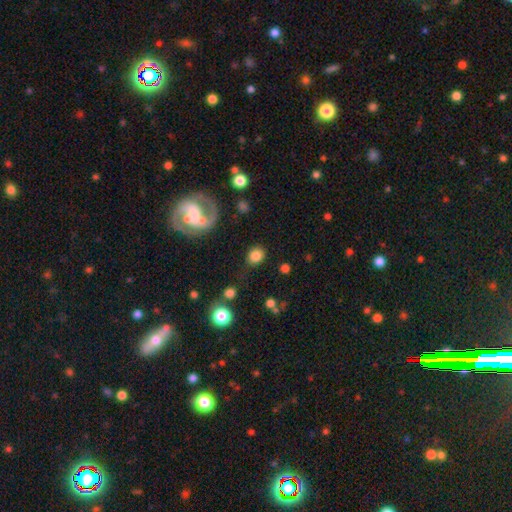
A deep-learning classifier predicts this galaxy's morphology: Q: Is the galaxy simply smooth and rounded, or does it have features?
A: smooth — 78%.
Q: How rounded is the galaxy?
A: round — 71%.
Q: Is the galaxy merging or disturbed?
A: none — 74%.